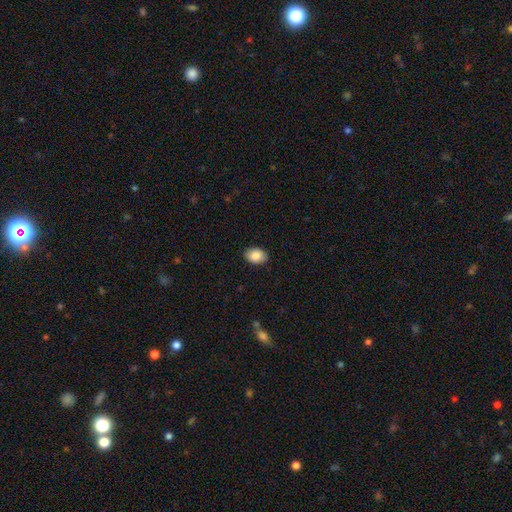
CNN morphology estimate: A smooth galaxy with no disk features (88%) that is in between round and cigar-shaped (81%).

Vote fractions:
- Smooth or featured? smooth: 88% / star or artifact: 7% / featured or disk: 5%
- How rounded? in between: 81% / round: 18% / cigar-shaped: 1%
- Merging? none: 88% / minor disturbance: 10% / major disturbance: 2% / merger: 1%